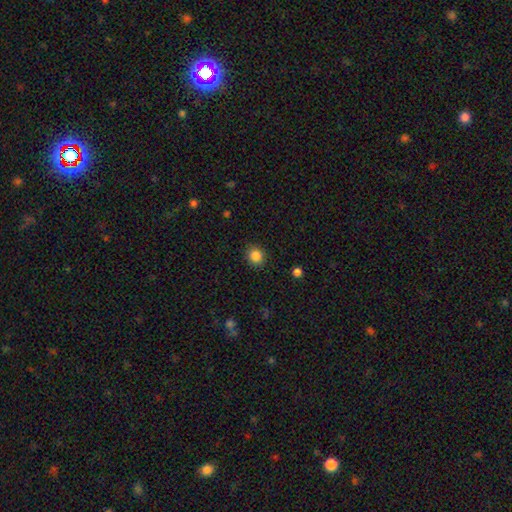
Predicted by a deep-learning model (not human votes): This appears to be a smooth galaxy with no disk features (85%) that is round (84%). Merging: none (88%).